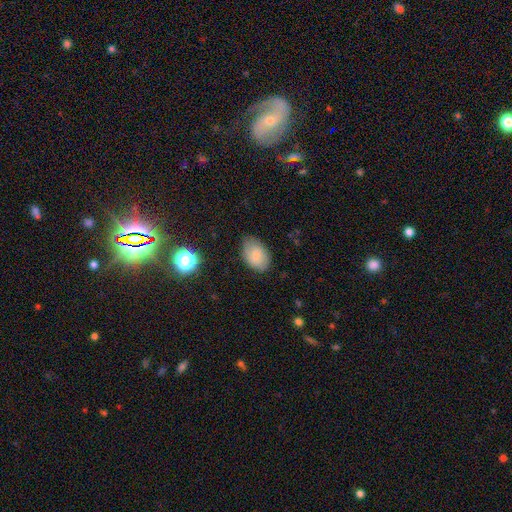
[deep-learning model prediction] Overall: smooth (75%). How rounded: in between (86%). Merging: none (72%).